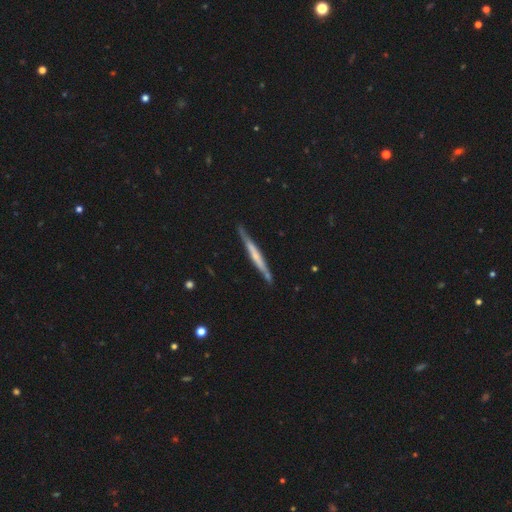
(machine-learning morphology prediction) This is possibly a featured or disk galaxy (59%). It is clearly viewed edge-on (96%). Edge-on bulge: likely none (63%). Merging: clearly none (84%).